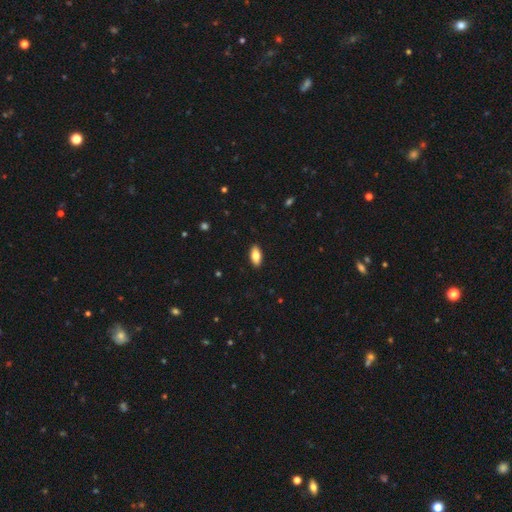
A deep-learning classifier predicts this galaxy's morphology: A smooth galaxy with no disk features (80%) that is in between round and cigar-shaped (88%). Merging: none (90%).